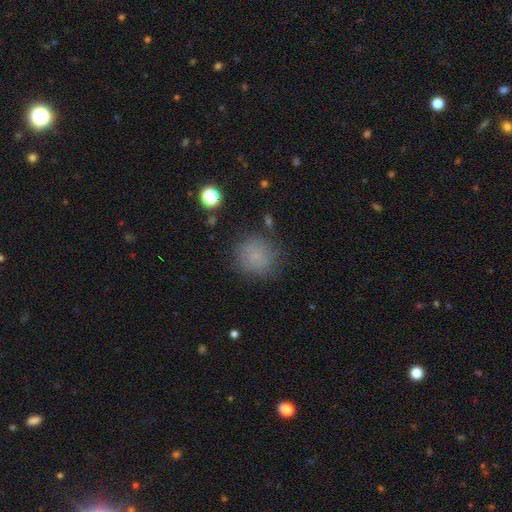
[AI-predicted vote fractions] Smooth or featured? smooth (72%)
How rounded? round (89%)
Merging? none (78%)